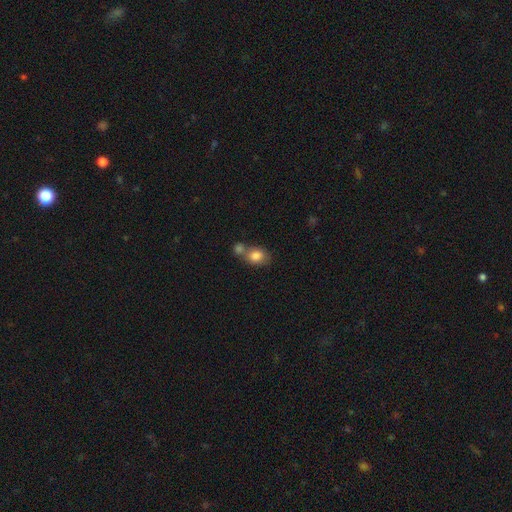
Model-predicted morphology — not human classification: A smooth galaxy with no disk features (81%) that is in between round and cigar-shaped (58%). Merging: merger (46%).